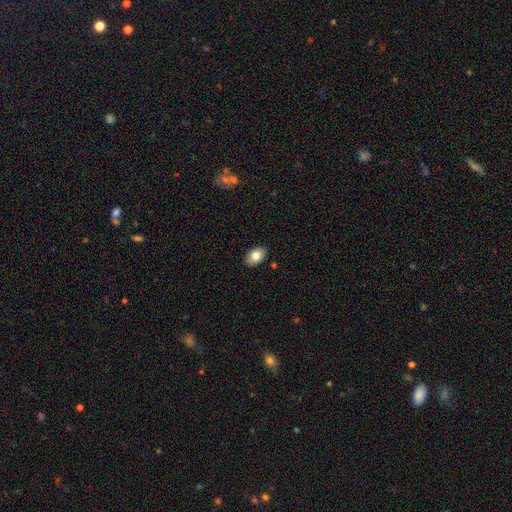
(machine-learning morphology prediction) Smooth or featured? smooth (82%)
How rounded? in between (87%)
Merging? none (88%)